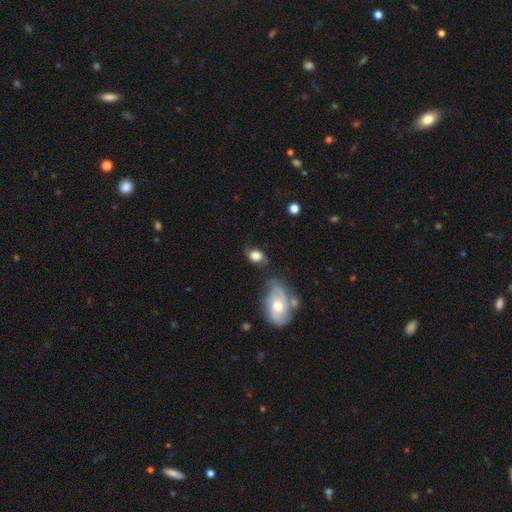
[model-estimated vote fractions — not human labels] smooth_or_featured: smooth (p=0.64) [alt: featured or disk p=0.26]
how_rounded: in between (p=0.71) [alt: round p=0.27]
merging: none (p=0.48) [alt: minor disturbance p=0.28]